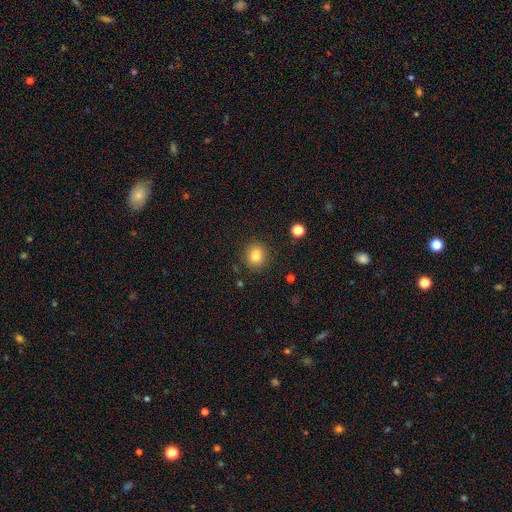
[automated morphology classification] smooth-or-featured: smooth: 83% | star or artifact: 11% | featured or disk: 6%
  how-rounded: round: 76% | in between: 23% | cigar-shaped: 1%
  merging: none: 88% | minor disturbance: 8% | major disturbance: 3% | merger: 2%